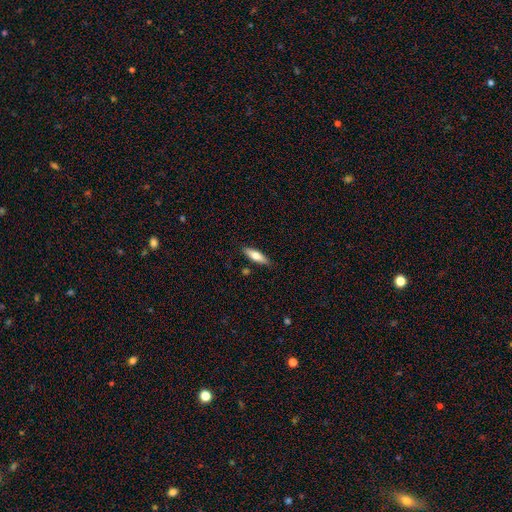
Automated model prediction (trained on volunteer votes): A smooth galaxy with no disk features (68%) that is cigar-shaped (53%). Merging: none (86%).